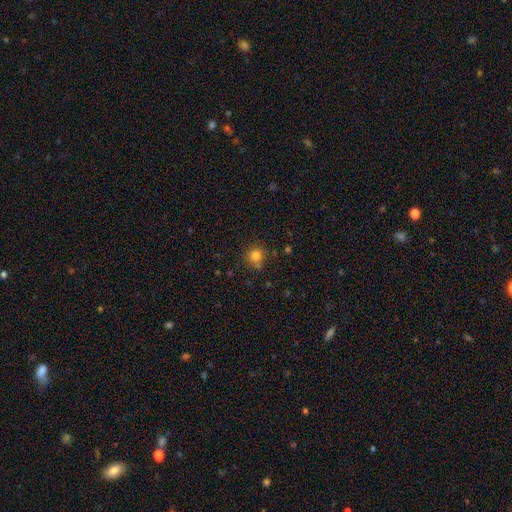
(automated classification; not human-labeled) Smooth or featured? Predicted: smooth (p=0.79). How rounded? Predicted: round (p=0.90). Merging? Predicted: none (p=0.72).